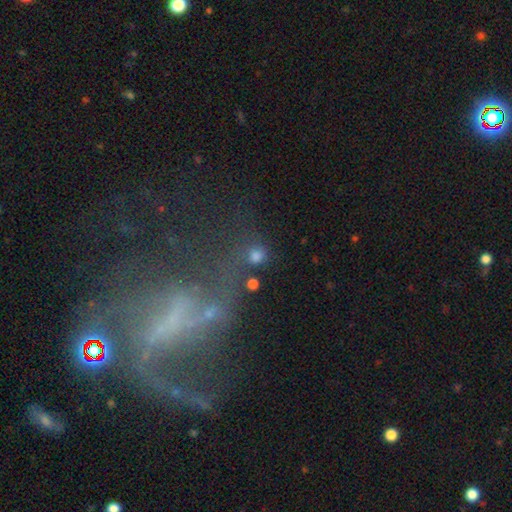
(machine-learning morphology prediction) smooth 70%, star or artifact 19%, featured or disk 11%. Down the decision tree: how rounded — round (88%); merging — none (67%).